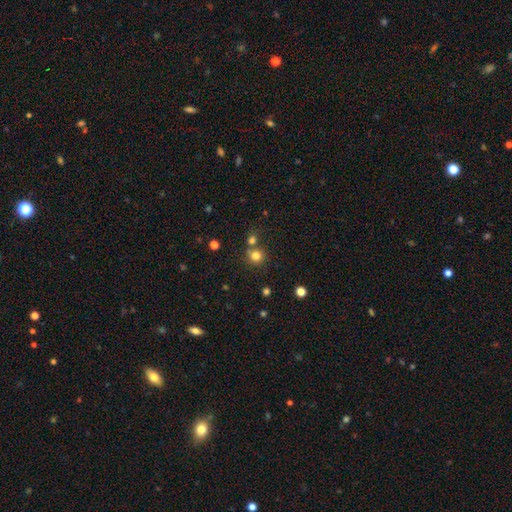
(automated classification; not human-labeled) smooth-or-featured: smooth: 78% | star or artifact: 15% | featured or disk: 7%
  how-rounded: round: 90% | in between: 9% | cigar-shaped: 1%
  merging: none: 64% | merger: 25% | minor disturbance: 8% | major disturbance: 3%